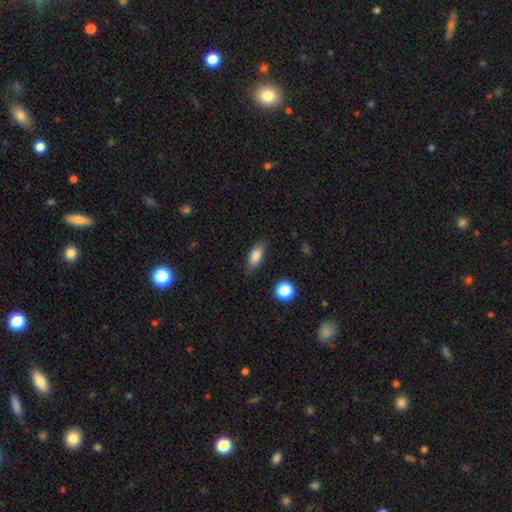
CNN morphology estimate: type=smooth (85%); roundness=in between (80%); merging=none (82%).